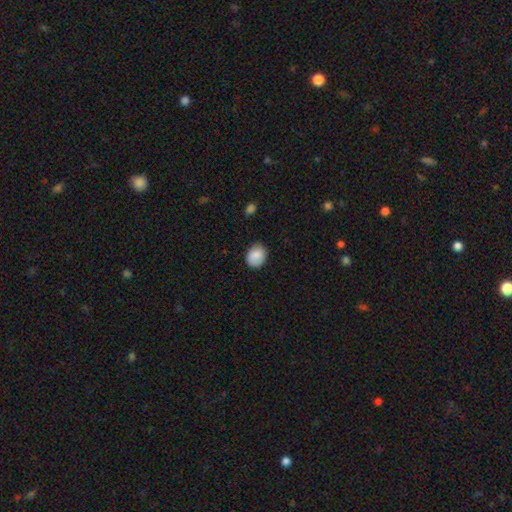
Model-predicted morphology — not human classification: This is clearly a smooth galaxy (85%). How rounded: possibly round (50%). Merging: clearly none (80%).